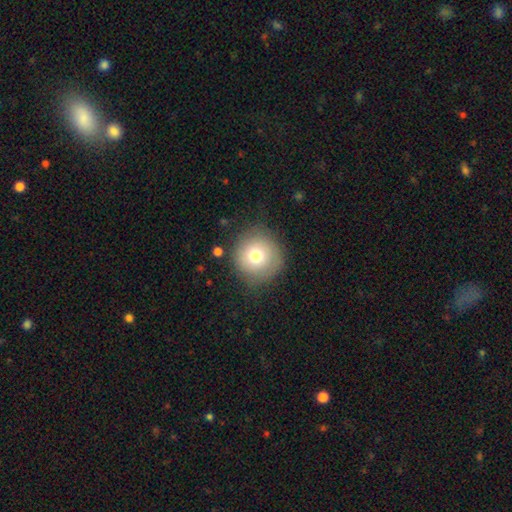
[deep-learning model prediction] A smooth galaxy with no disk features (75%) that is round (94%).

Vote fractions:
- Smooth or featured? smooth: 75% / featured or disk: 14% / star or artifact: 11%
- How rounded? round: 94% / in between: 5% / cigar-shaped: 1%
- Merging? none: 81% / minor disturbance: 13% / major disturbance: 5% / merger: 2%